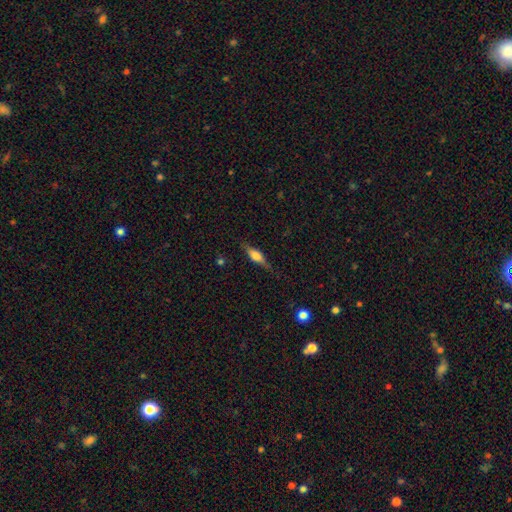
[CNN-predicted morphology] The model was most divided on "smooth or featured": featured or disk: 50%, smooth: 42%, star or artifact: 7%. More confident: edge-on disk — yes (94%); merging — none (79%).